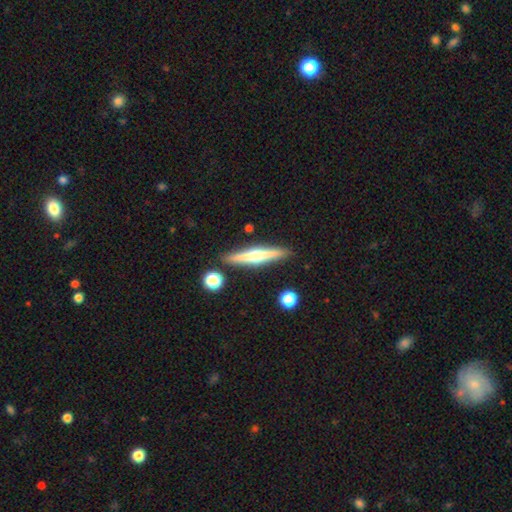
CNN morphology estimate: Smooth or featured?
  - featured or disk: 65% *
  - smooth: 29%
  - star or artifact: 6%
Edge-on disk?
  - yes: 97% *
  - no: 3%
Edge-on bulge?
  - rounded: 89% *
  - none: 7%
  - boxy: 4%
Merging?
  - none: 88% *
  - minor disturbance: 7%
  - merger: 3%
  - major disturbance: 2%